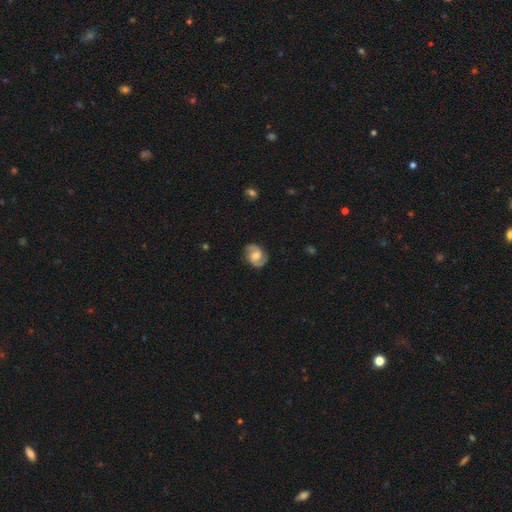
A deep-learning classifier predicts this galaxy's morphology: Overall: featured or disk (80%). Edge-on disk: no (98%). Bar: weak (46%; no 44%). Spiral arms: yes (96%). Spiral arm count: 2 (93%). Spiral winding: medium (52%; tight 26%). Bulge size: moderate (60%; small 25%). Merging: none (84%).